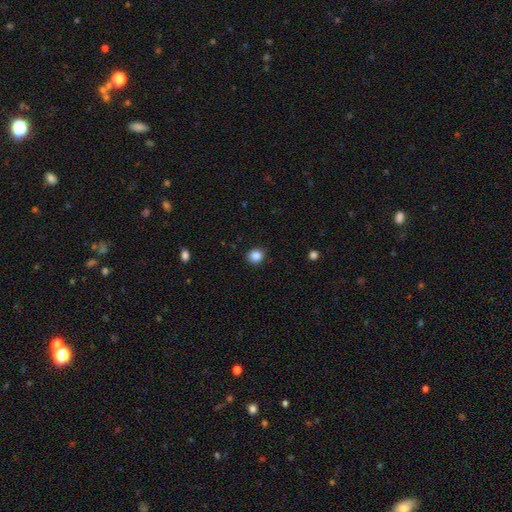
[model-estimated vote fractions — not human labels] The model was most divided on "how rounded": round: 78%, in between: 21%, cigar-shaped: 1%. More confident: merging — none (88%); smooth or featured — smooth (86%).